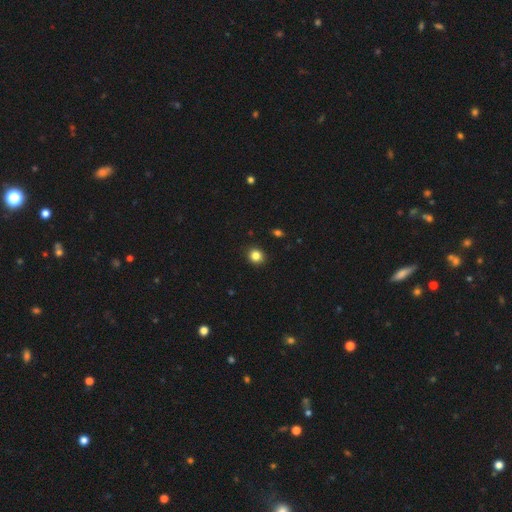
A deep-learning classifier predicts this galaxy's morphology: Smooth or featured? Predicted: smooth (p=0.84). How rounded? Predicted: round (p=0.84). Merging? Predicted: none (p=0.91).